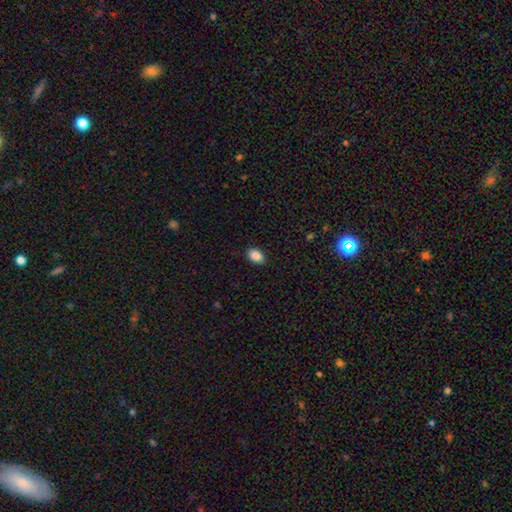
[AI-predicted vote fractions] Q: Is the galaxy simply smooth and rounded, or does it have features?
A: smooth — 88%.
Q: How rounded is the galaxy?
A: in between — 87%.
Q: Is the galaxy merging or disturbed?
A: none — 88%.